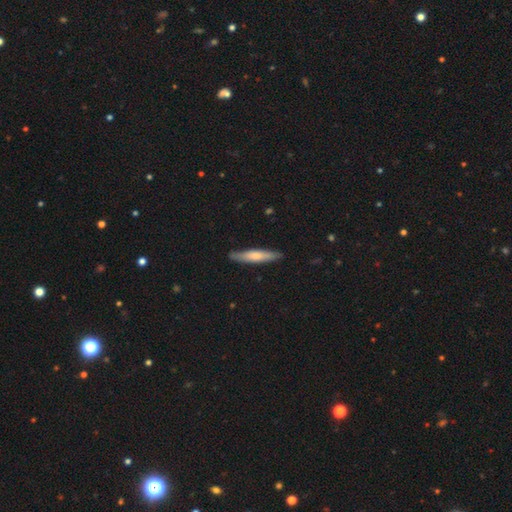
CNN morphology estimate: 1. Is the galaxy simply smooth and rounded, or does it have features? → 58% smooth, 37% featured or disk, 5% star or artifact.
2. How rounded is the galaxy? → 90% cigar-shaped, 9% in between, 1% round.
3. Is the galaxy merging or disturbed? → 88% none, 10% minor disturbance, 2% major disturbance, 1% merger.